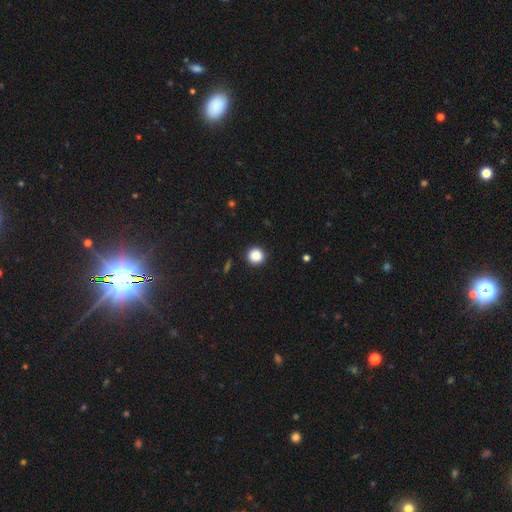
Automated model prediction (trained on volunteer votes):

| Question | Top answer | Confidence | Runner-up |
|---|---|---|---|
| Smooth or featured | smooth | 87% | star or artifact (10%) |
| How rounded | round | 94% | in between (5%) |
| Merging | none | 91% | minor disturbance (6%) |